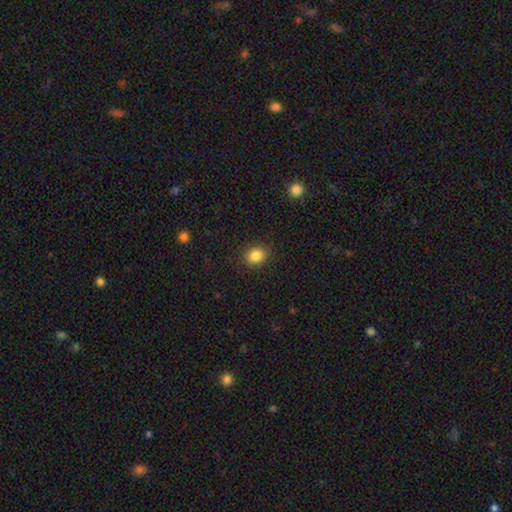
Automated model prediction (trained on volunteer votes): Morphology: type=smooth (85%); roundness=round (61%); merging=none (88%).